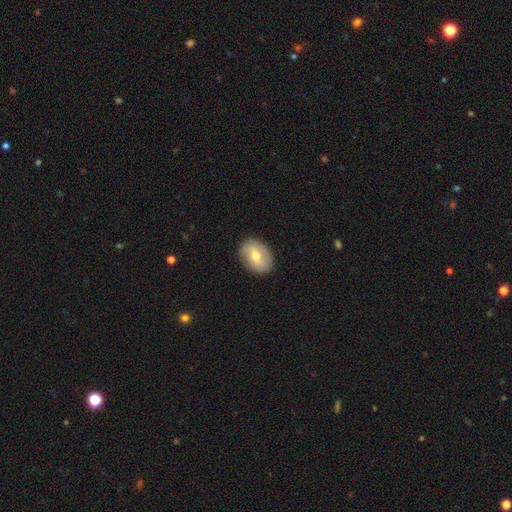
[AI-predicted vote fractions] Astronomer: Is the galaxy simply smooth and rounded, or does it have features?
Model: smooth — 53% (runner-up: featured or disk, 41%).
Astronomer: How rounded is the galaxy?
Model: in between — 71%.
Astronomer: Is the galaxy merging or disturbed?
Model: none — 86%.